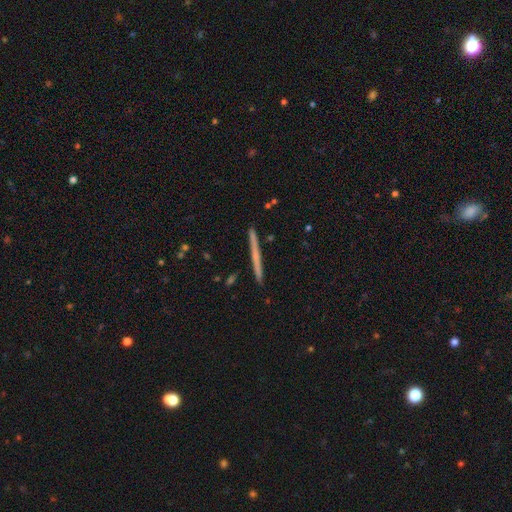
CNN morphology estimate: Smooth or featured?
  - featured or disk: 53% *
  - smooth: 41%
  - star or artifact: 6%
Edge-on disk?
  - yes: 98% *
  - no: 2%
Edge-on bulge?
  - none: 85% *
  - rounded: 11%
  - boxy: 3%
Merging?
  - none: 92% *
  - minor disturbance: 6%
  - merger: 1%
  - major disturbance: 1%